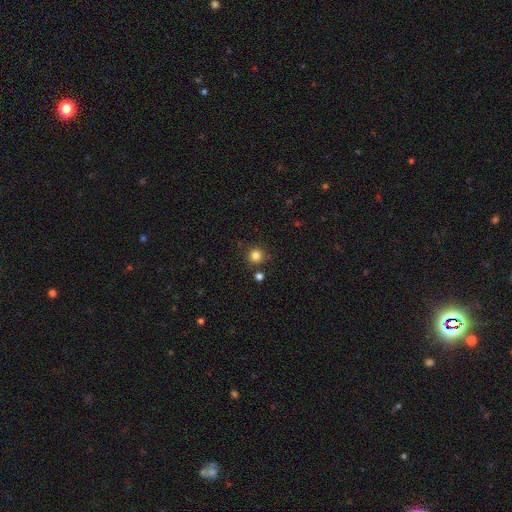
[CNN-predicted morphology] This appears to be a smooth galaxy with no disk features (83%) that is round (95%). Merging: none (86%).